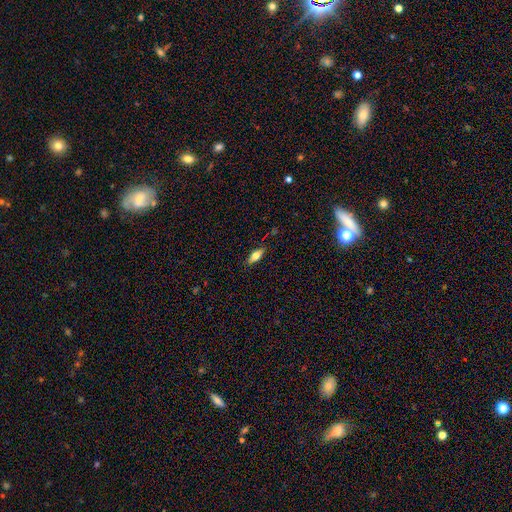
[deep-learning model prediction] Smooth or featured? smooth (63%)
How rounded? in between (71%)
Merging? none (83%)